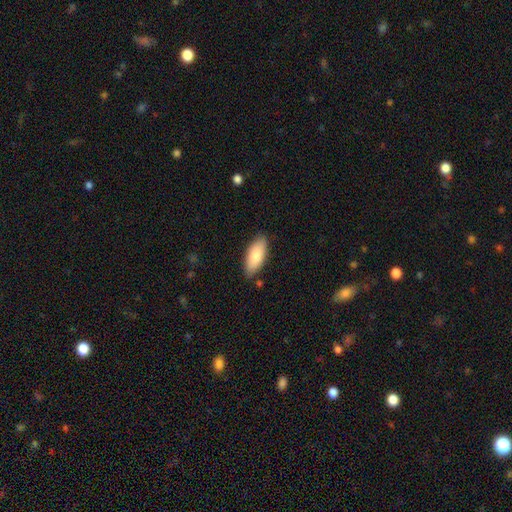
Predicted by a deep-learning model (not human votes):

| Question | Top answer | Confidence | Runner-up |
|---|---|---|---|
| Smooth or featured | smooth | 83% | featured or disk (11%) |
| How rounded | in between | 83% | cigar-shaped (15%) |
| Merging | none | 82% | minor disturbance (13%) |